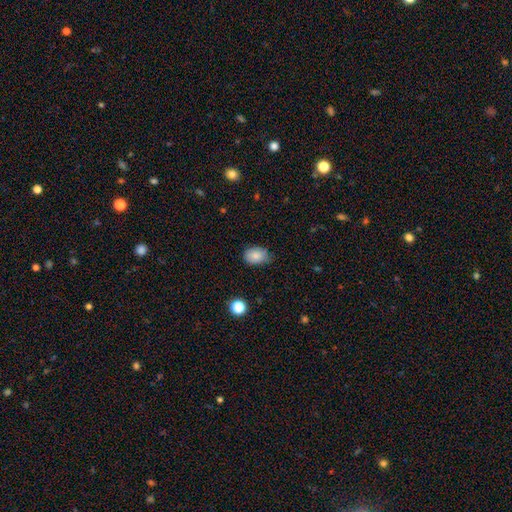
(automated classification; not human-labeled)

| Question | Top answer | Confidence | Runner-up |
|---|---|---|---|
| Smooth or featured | smooth | 84% | star or artifact (9%) |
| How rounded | in between | 74% | round (25%) |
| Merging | none | 63% | minor disturbance (31%) |